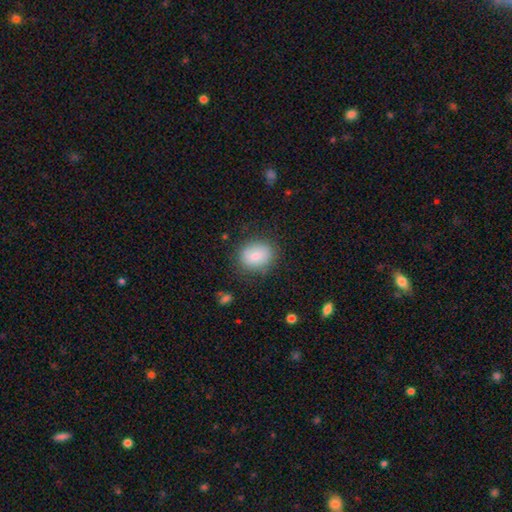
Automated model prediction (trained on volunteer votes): smooth_or_featured: smooth (p=0.81) [alt: featured or disk p=0.11]
how_rounded: round (p=0.56) [alt: in between p=0.43]
merging: none (p=0.78) [alt: minor disturbance p=0.15]